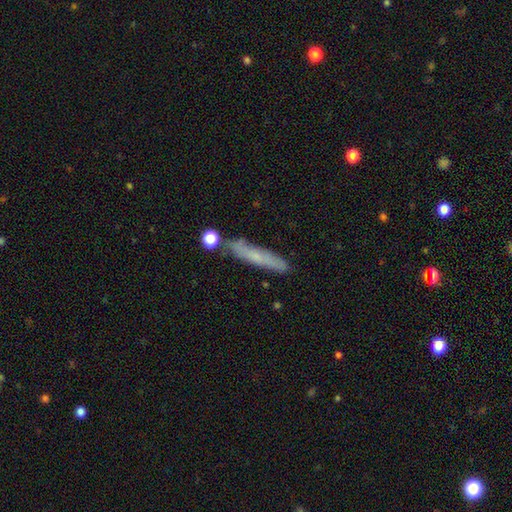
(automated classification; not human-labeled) Smooth or featured? smooth (52%)
How rounded? cigar-shaped (89%)
Merging? none (76%)